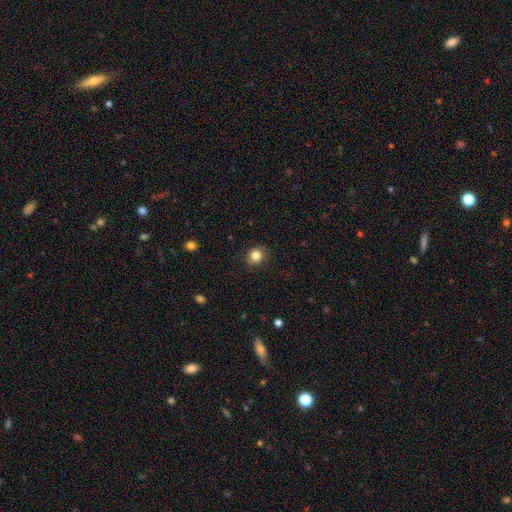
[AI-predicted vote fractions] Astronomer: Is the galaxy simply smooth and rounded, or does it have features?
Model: smooth — 84%.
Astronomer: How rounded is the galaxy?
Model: round — 80%.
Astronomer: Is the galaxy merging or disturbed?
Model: none — 88%.